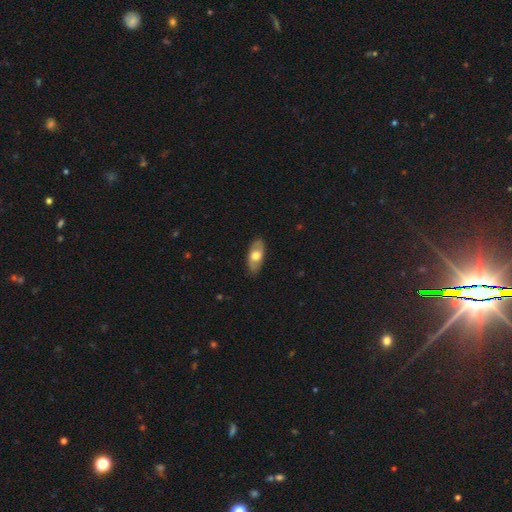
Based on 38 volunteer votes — smooth 55%, featured or disk 37%, star or artifact 8%. Down the decision tree: how rounded — in between (81%); merging — none (80%).